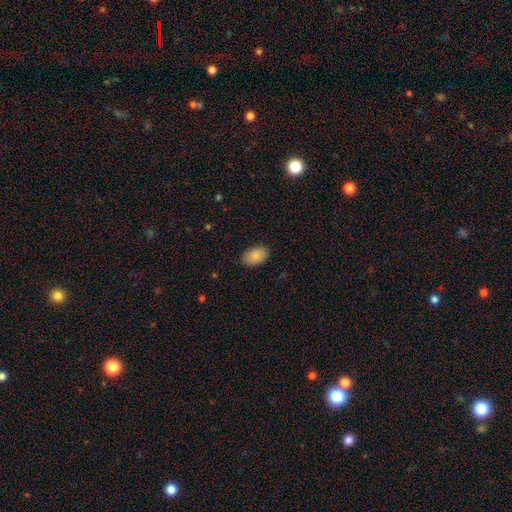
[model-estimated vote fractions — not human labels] This is clearly a smooth galaxy (87%). How rounded: clearly in between (91%). Merging: clearly none (88%).